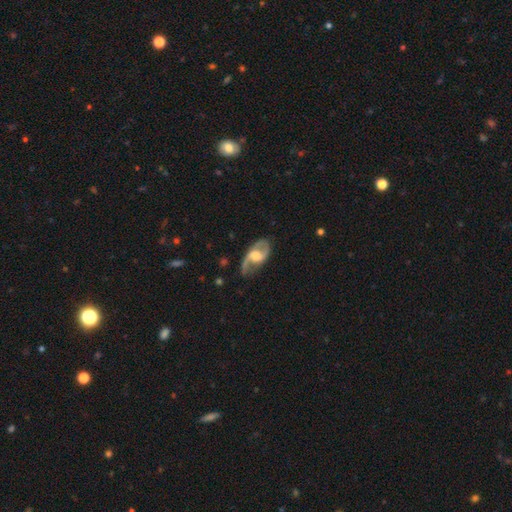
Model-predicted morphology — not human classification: Smooth or featured?
  - featured or disk: 82% *
  - smooth: 13%
  - star or artifact: 5%
Edge-on disk?
  - no: 95% *
  - yes: 5%
Bar?
  - weak: 45% *
  - no: 41%
  - strong: 14%
Spiral arms?
  - yes: 91% *
  - no: 9%
Spiral winding?
  - loose: 48% *
  - medium: 42%
  - tight: 11%
Spiral arm count?
  - 2: 87% *
  - 1: 5%
  - can't tell: 4%
  - 3: 1%
  - 4: 1%
  - more than 4: 1%
Bulge size?
  - moderate: 53% *
  - large: 27%
  - small: 13%
  - none: 5%
  - dominant: 2%
Merging?
  - none: 65% *
  - minor disturbance: 21%
  - major disturbance: 12%
  - merger: 2%